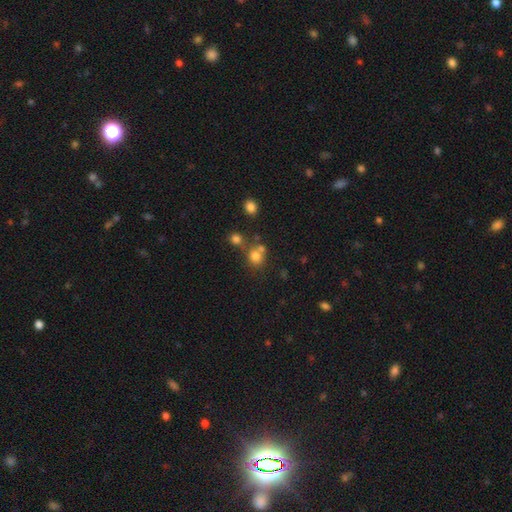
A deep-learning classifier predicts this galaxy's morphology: smooth_or_featured: smooth (p=0.75) [alt: star or artifact p=0.16]
how_rounded: round (p=0.79) [alt: in between p=0.20]
merging: none (p=0.53) [alt: merger p=0.31]